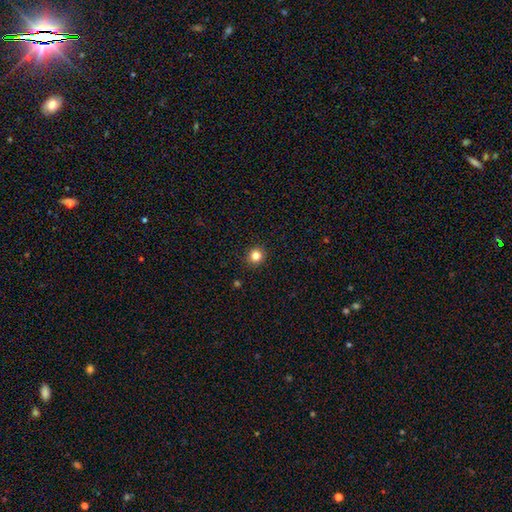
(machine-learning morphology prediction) smooth 83%, star or artifact 12%, featured or disk 5%. Down the decision tree: how rounded — round (92%); merging — none (92%).